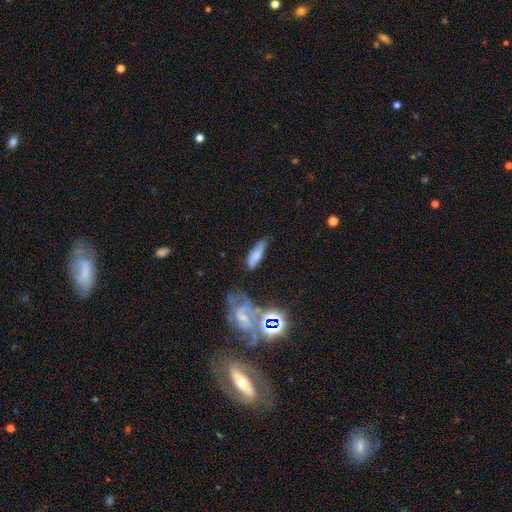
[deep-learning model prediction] Smooth or featured?
  - smooth: 60% *
  - featured or disk: 28%
  - star or artifact: 12%
How rounded?
  - in between: 55% *
  - cigar-shaped: 42%
  - round: 3%
Merging?
  - none: 60% *
  - minor disturbance: 25%
  - major disturbance: 9%
  - merger: 6%